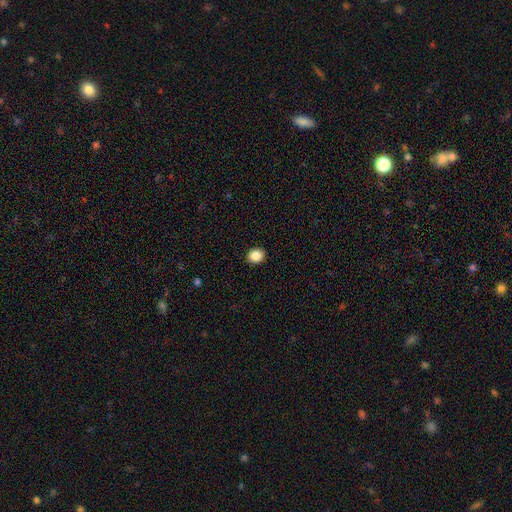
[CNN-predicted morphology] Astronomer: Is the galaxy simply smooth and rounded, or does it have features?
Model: smooth — 86%.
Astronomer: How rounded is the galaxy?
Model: round — 73%.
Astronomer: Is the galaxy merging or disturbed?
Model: none — 91%.